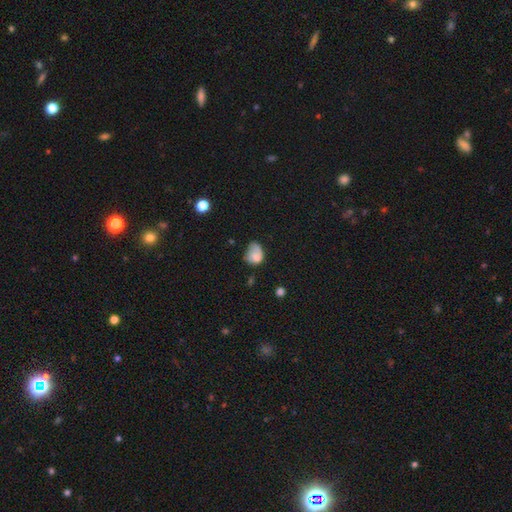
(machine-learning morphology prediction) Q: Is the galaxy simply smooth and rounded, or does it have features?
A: smooth — 73%.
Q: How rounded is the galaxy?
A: in between — 60%.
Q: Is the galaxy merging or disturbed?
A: minor disturbance — 40%.